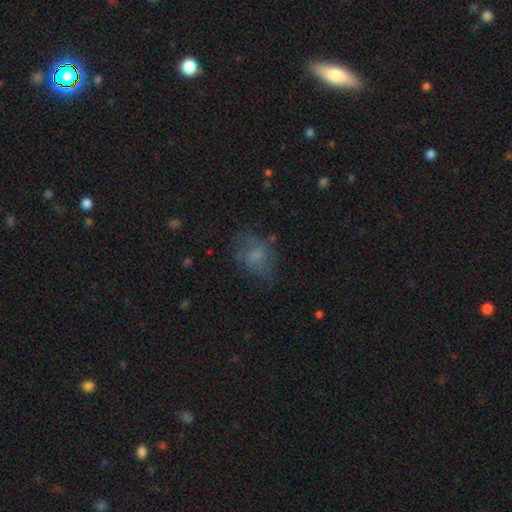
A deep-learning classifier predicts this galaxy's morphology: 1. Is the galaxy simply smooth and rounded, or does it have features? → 52% smooth, 35% featured or disk, 13% star or artifact.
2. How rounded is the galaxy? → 70% in between, 29% round, 2% cigar-shaped.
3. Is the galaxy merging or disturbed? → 55% none, 23% minor disturbance, 19% major disturbance, 2% merger.